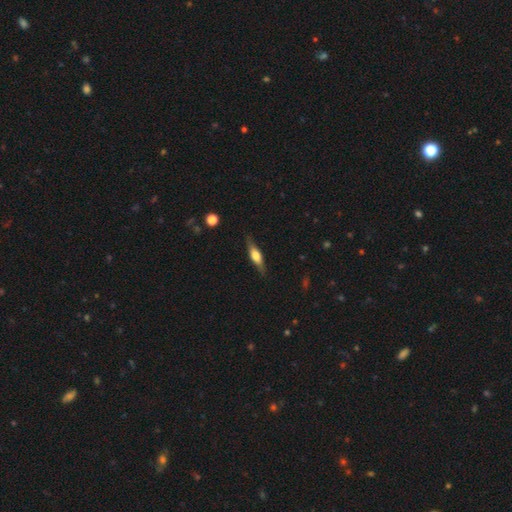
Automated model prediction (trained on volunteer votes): smooth-or-featured: featured or disk: 50% | smooth: 44% | star or artifact: 6%
  merging: none: 83% | minor disturbance: 13% | major disturbance: 3% | merger: 1%